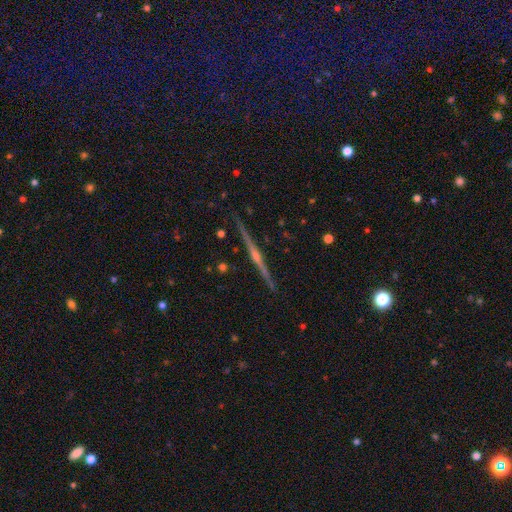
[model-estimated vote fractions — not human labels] A featured or disk galaxy (87%) viewed edge-on (99%) with a rounded central bulge (83%).

Vote fractions:
- Smooth or featured? featured or disk: 87% / smooth: 8% / star or artifact: 6%
- Edge-on disk? yes: 99% / no: 1%
- Edge-on bulge? rounded: 83% / none: 10% / boxy: 7%
- Merging? none: 92% / minor disturbance: 6% / major disturbance: 1% / merger: 1%